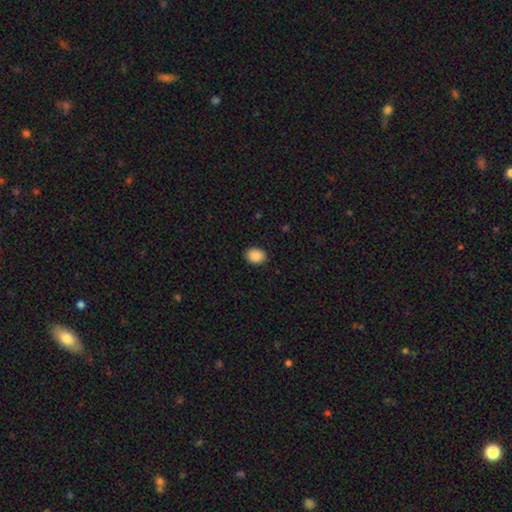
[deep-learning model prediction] smooth-or-featured: smooth: 90% | star or artifact: 8% | featured or disk: 3%
  how-rounded: in between: 50% | round: 49% | cigar-shaped: 1%
  merging: none: 89% | minor disturbance: 8% | major disturbance: 2% | merger: 1%